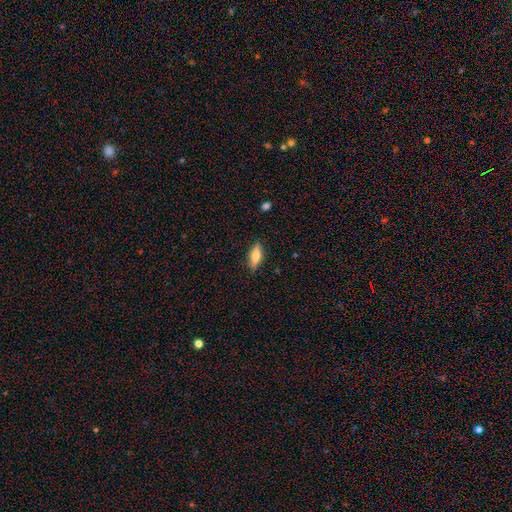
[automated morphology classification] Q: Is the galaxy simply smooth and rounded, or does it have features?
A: smooth — 68%.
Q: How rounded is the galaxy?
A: in between — 62%.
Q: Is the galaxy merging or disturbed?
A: none — 86%.